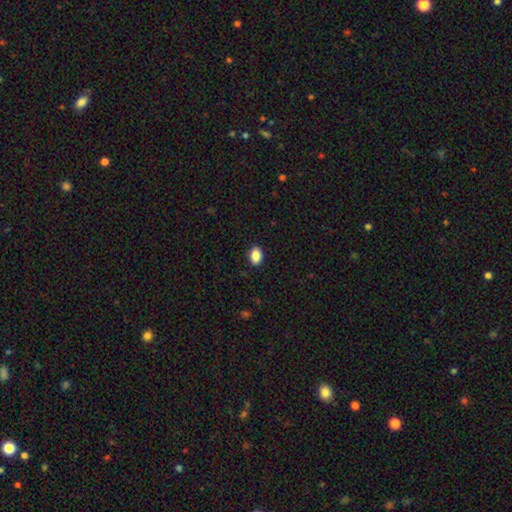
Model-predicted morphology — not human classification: smooth 88%, star or artifact 8%, featured or disk 4%. Down the decision tree: how rounded — in between (82%); merging — none (90%).